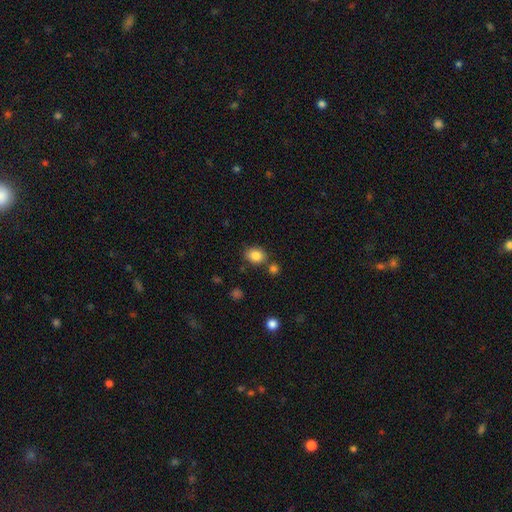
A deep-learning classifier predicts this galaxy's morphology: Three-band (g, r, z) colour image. It shows a smooth galaxy with no disk features (85%) that is round (51%). Merging: none (73%).